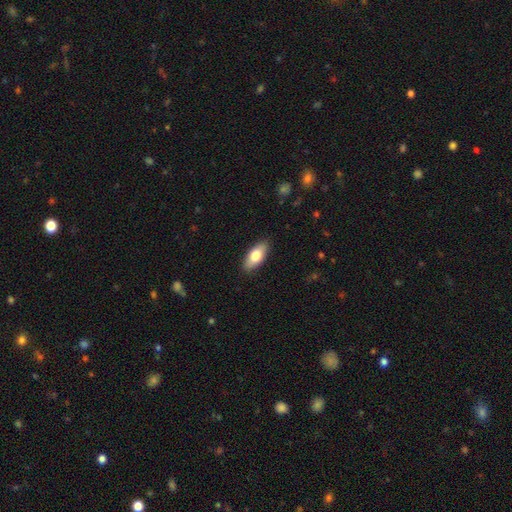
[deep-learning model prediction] Smooth or featured? Predicted: smooth (p=0.75). How rounded? Predicted: in between (p=0.85). Merging? Predicted: none (p=0.88).